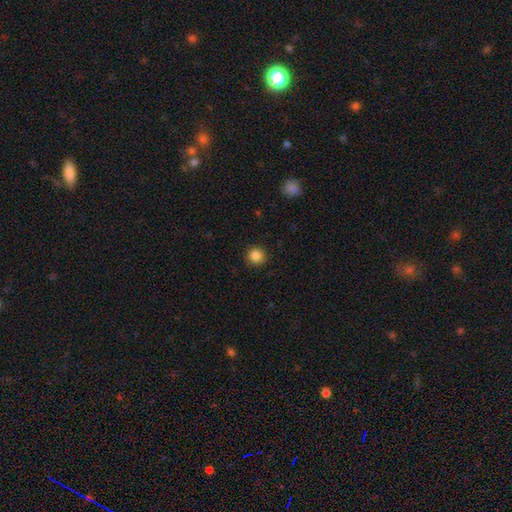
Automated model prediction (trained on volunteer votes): The model was most divided on "smooth or featured": smooth: 86%, star or artifact: 10%, featured or disk: 3%. More confident: how rounded — round (94%); merging — none (91%).